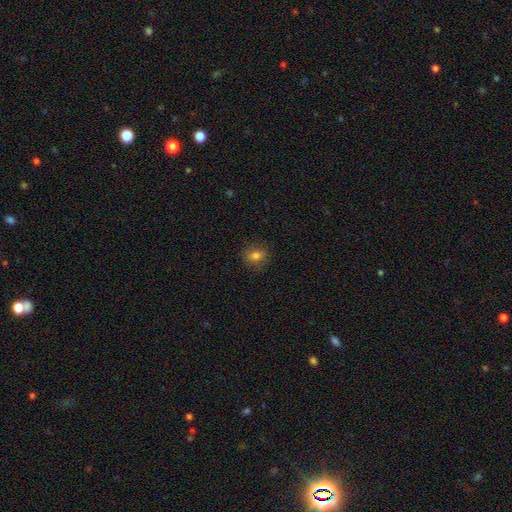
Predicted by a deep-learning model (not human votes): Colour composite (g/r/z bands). It shows a smooth galaxy with no disk features (78%) that is round (64%). Merging: none (84%).